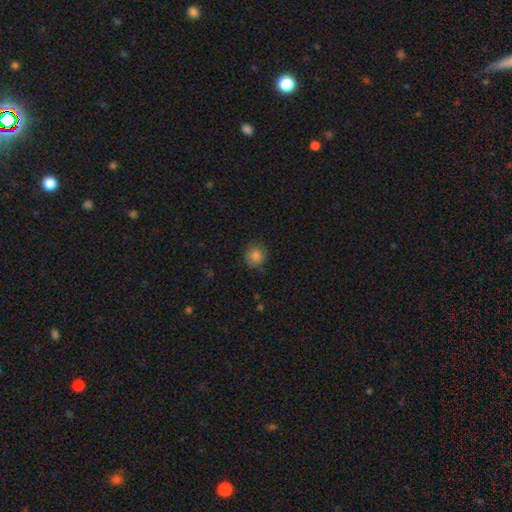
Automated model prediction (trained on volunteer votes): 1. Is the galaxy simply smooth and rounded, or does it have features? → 84% smooth, 10% star or artifact, 6% featured or disk.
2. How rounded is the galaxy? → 86% round, 13% in between, 1% cigar-shaped.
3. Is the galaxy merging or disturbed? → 81% none, 14% minor disturbance, 3% major disturbance, 1% merger.